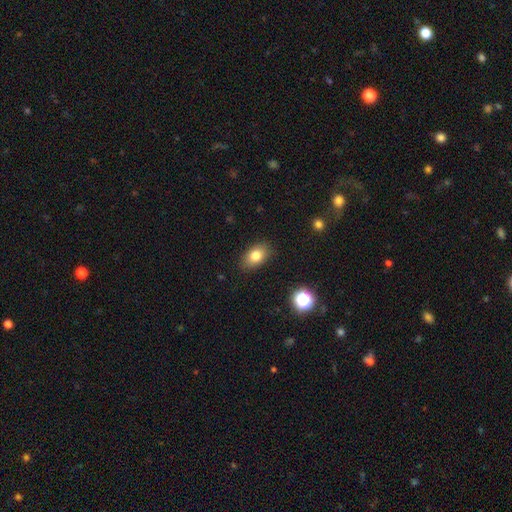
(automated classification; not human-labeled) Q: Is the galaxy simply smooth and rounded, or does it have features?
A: smooth — 79%.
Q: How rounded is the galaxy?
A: in between — 84%.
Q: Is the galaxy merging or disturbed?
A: none — 86%.